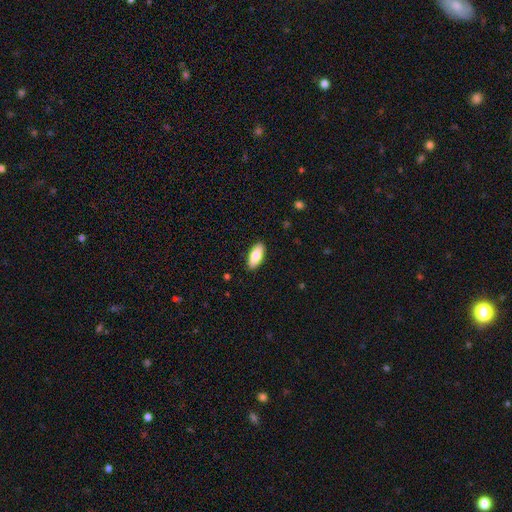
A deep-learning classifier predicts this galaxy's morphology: This appears to be a smooth galaxy with no disk features (79%) that is in between round and cigar-shaped (82%). Merging: none (90%).